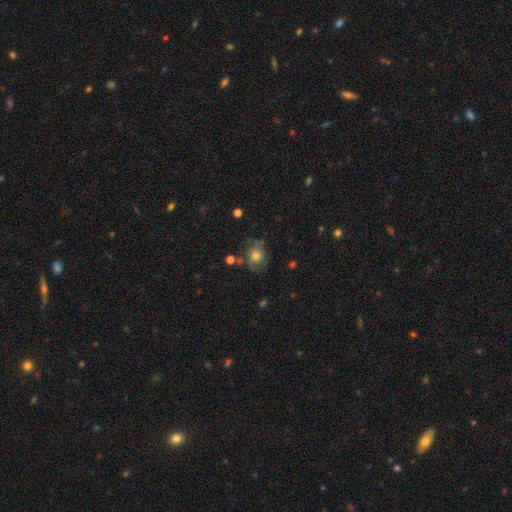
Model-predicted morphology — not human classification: Smooth or featured? smooth (45%)
Merging? none (60%)